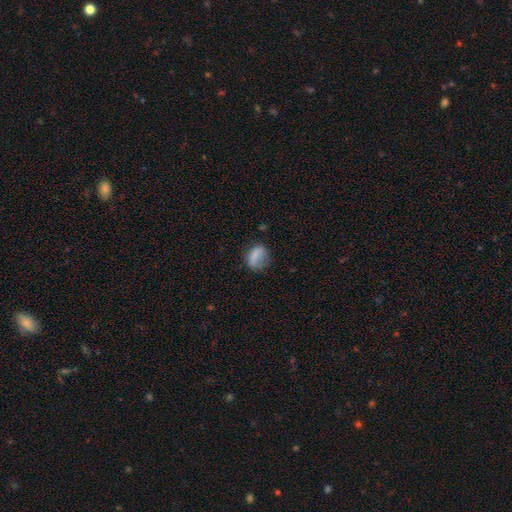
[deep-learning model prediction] Smooth or featured: smooth — 73% (featured or disk — 17%)
How rounded: in between — 55% (round — 42%)
Merging: none — 48% (minor disturbance — 28%)